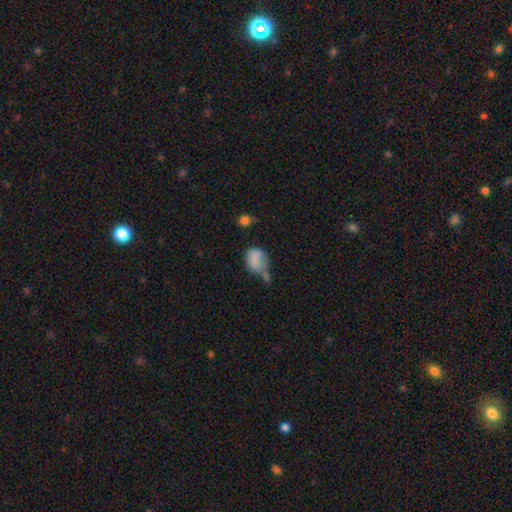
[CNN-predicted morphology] type=smooth (72%); roundness=in between (59%); merging=none (28%, tied with minor disturbance).